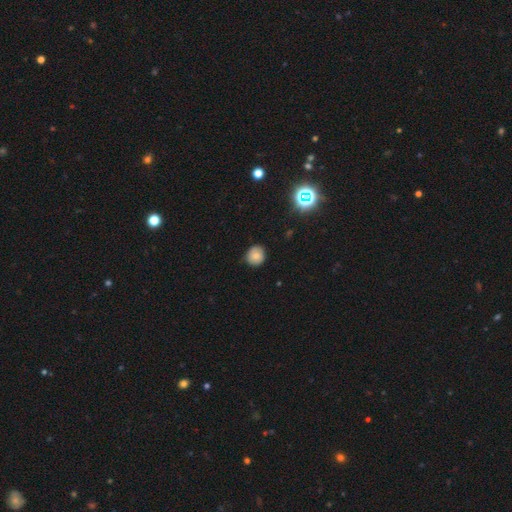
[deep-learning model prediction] This is likely a smooth galaxy (69%). How rounded: clearly round (83%). Merging: likely none (80%).